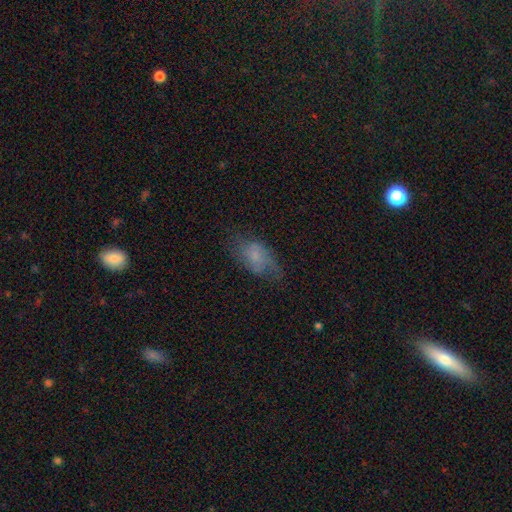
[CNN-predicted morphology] smooth 52%, featured or disk 38%, star or artifact 10%. Down the decision tree: how rounded — in between (89%); merging — none (54%).